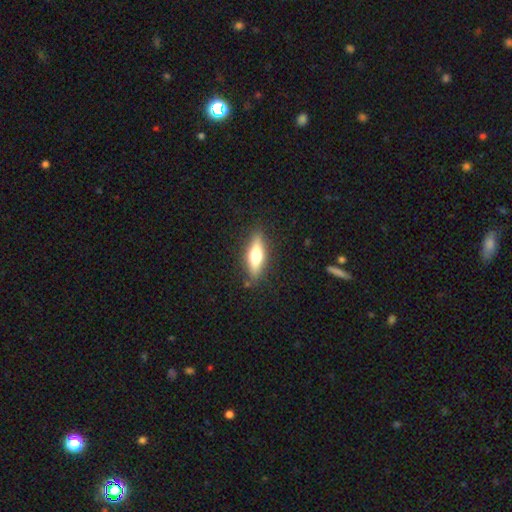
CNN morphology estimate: A smooth galaxy with no disk features (51%) that is cigar-shaped (52%). Merging: none (86%).